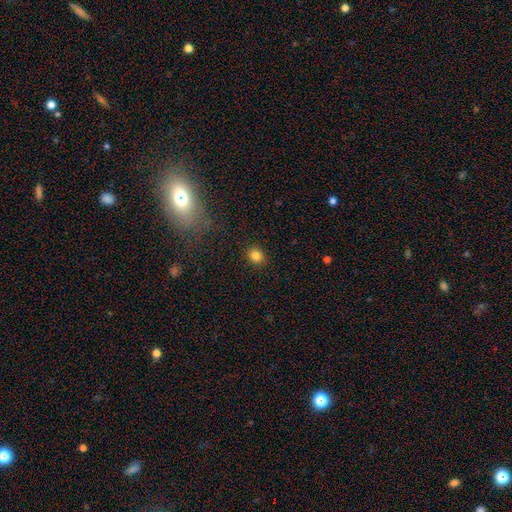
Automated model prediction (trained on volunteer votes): Morphology: type=smooth (83%); roundness=round (71%); merging=none (90%).